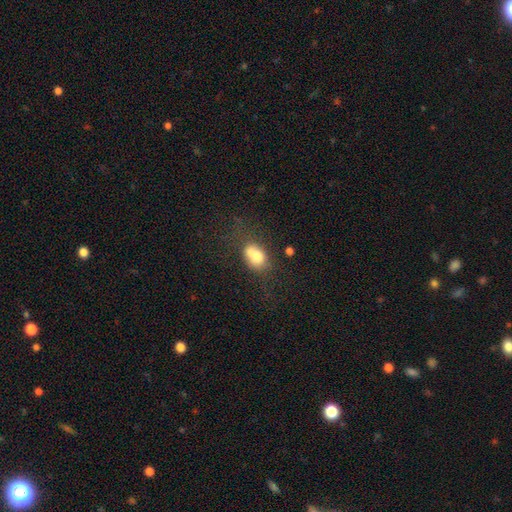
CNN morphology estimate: The model was most divided on "how rounded": in between: 58%, round: 41%, cigar-shaped: 2%. Remaining: smooth or featured — smooth (69%); merging — merger (50%).